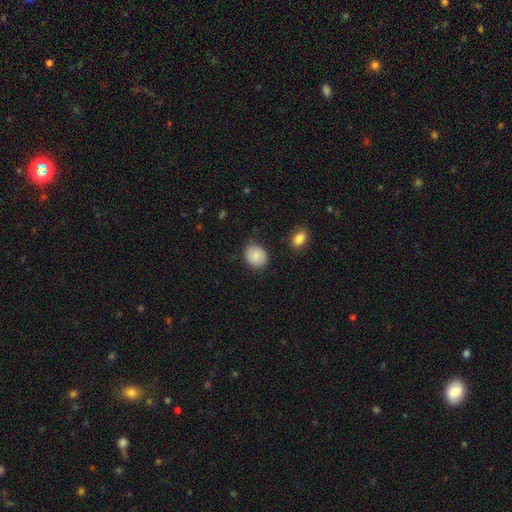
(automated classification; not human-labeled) smooth-or-featured: smooth: 79% | featured or disk: 14% | star or artifact: 7%
  how-rounded: round: 69% | in between: 30% | cigar-shaped: 1%
  merging: none: 79% | minor disturbance: 16% | major disturbance: 4% | merger: 2%